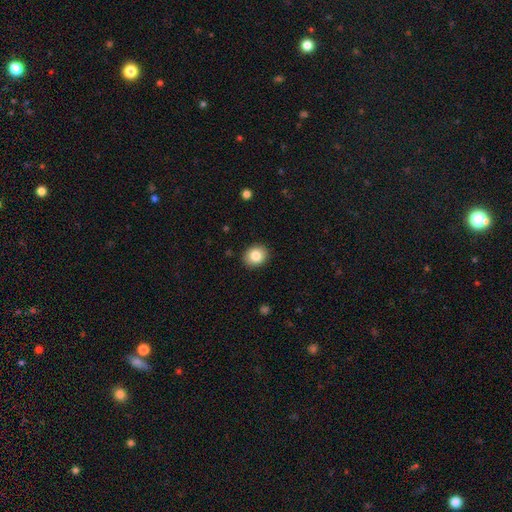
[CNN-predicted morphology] This is clearly a smooth galaxy (84%). How rounded: likely round (61%). Merging: clearly none (89%).